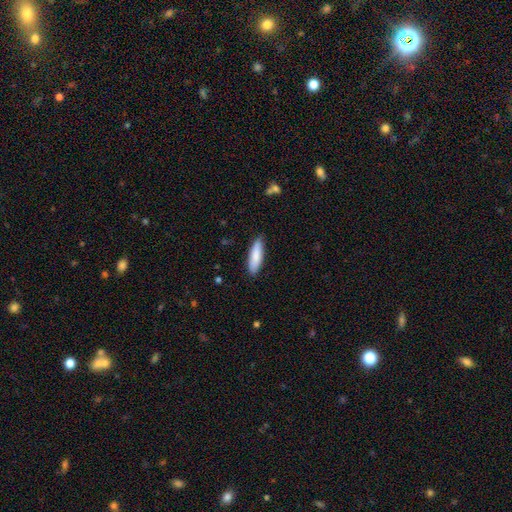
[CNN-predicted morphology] A smooth galaxy with no disk features (85%) that is cigar-shaped (60%).

Vote fractions:
- Smooth or featured? smooth: 85% / featured or disk: 10% / star or artifact: 5%
- How rounded? cigar-shaped: 60% / in between: 39% / round: 1%
- Merging? none: 84% / minor disturbance: 12% / major disturbance: 2% / merger: 1%